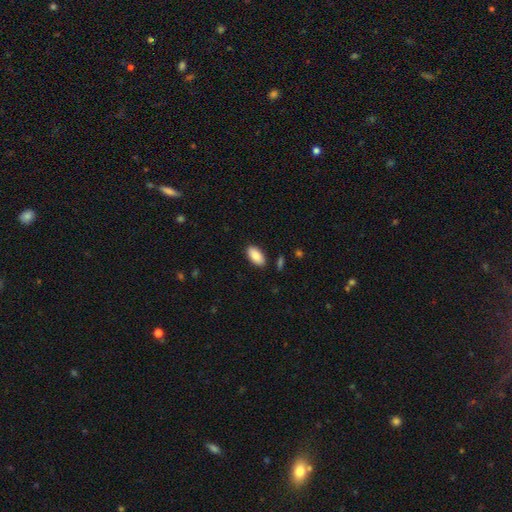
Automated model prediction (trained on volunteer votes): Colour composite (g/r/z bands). It shows a smooth galaxy with no disk features (88%) that is in between round and cigar-shaped (94%). Merging: none (87%).